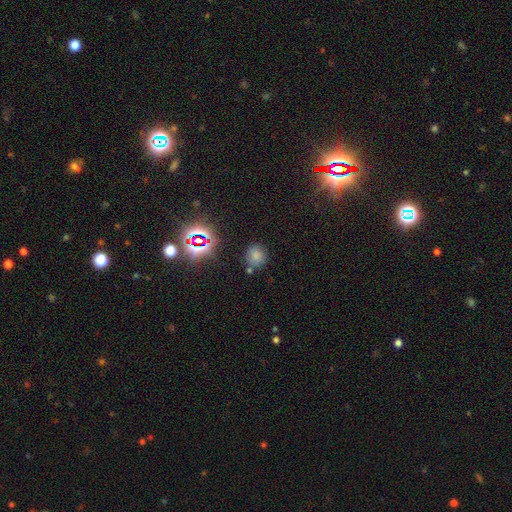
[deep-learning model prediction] Morphology: type=smooth (68%); roundness=round (79%); merging=none (75%).